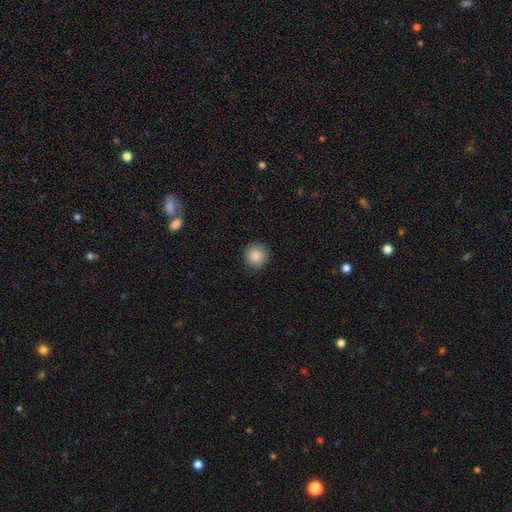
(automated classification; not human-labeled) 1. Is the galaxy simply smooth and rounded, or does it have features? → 88% smooth, 8% star or artifact, 4% featured or disk.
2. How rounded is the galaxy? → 93% round, 6% in between, 1% cigar-shaped.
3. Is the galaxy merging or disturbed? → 90% none, 7% minor disturbance, 2% major disturbance, 1% merger.